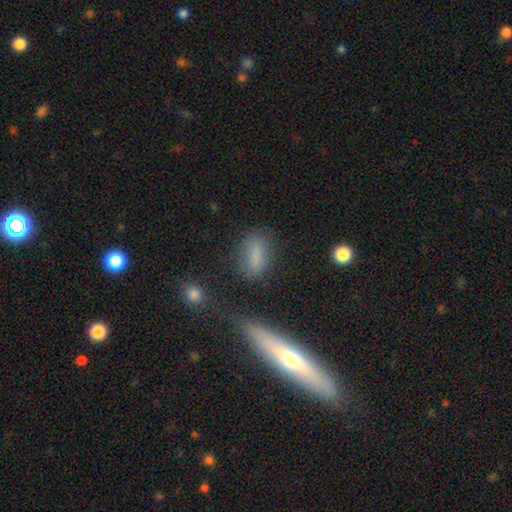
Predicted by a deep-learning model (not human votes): Smooth or featured?
  - smooth: 78% *
  - star or artifact: 11%
  - featured or disk: 11%
How rounded?
  - in between: 75% *
  - cigar-shaped: 17%
  - round: 8%
Merging?
  - none: 72% *
  - minor disturbance: 16%
  - major disturbance: 7%
  - merger: 4%